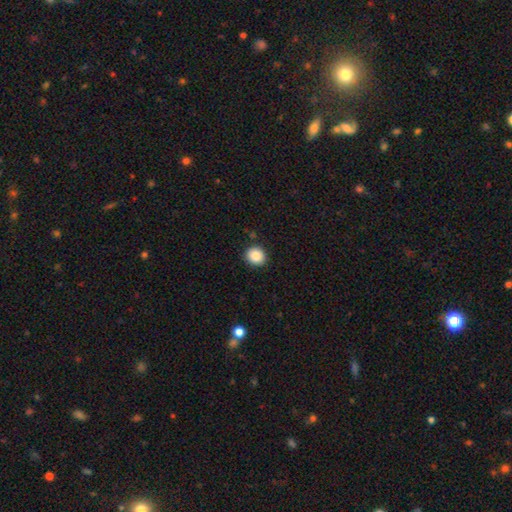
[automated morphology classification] This is clearly a smooth galaxy (88%). How rounded: clearly round (81%). Merging: clearly none (89%).